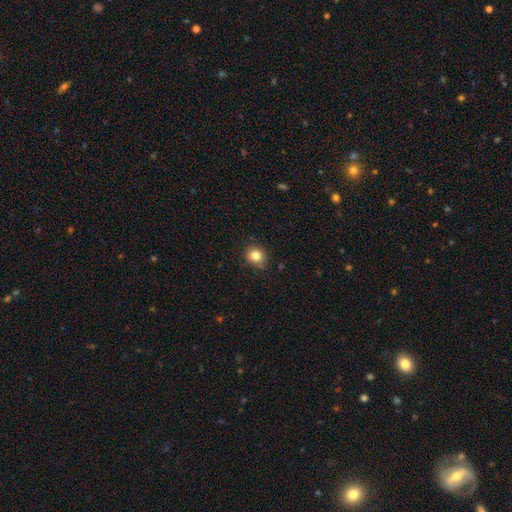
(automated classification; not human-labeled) Smooth or featured?
  - smooth: 82% *
  - star or artifact: 11%
  - featured or disk: 7%
How rounded?
  - round: 79% *
  - in between: 20%
  - cigar-shaped: 1%
Merging?
  - none: 80% *
  - minor disturbance: 15%
  - major disturbance: 3%
  - merger: 2%